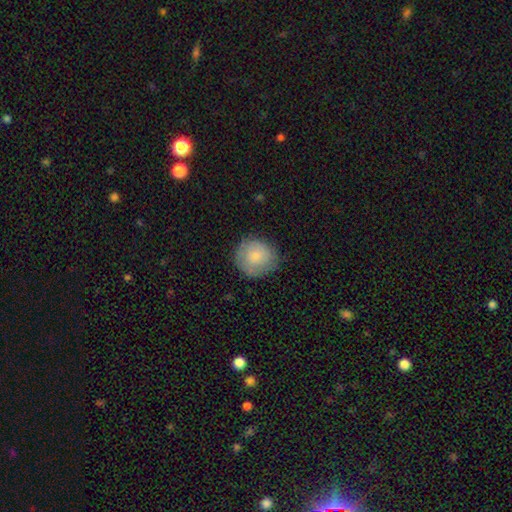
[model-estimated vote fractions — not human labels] smooth 76%, featured or disk 17%, star or artifact 7%. Down the decision tree: how rounded — round (88%); merging — none (74%).